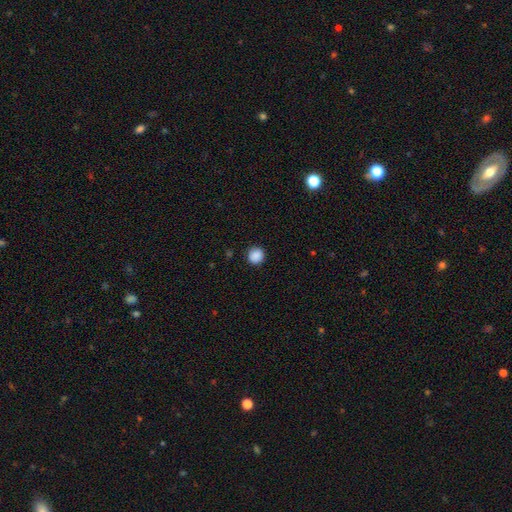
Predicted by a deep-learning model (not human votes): A smooth galaxy with no disk features (89%) that is round (91%).

Vote fractions:
- Smooth or featured? smooth: 89% / star or artifact: 9% / featured or disk: 2%
- How rounded? round: 91% / in between: 8% / cigar-shaped: 1%
- Merging? none: 91% / minor disturbance: 6% / major disturbance: 2% / merger: 1%